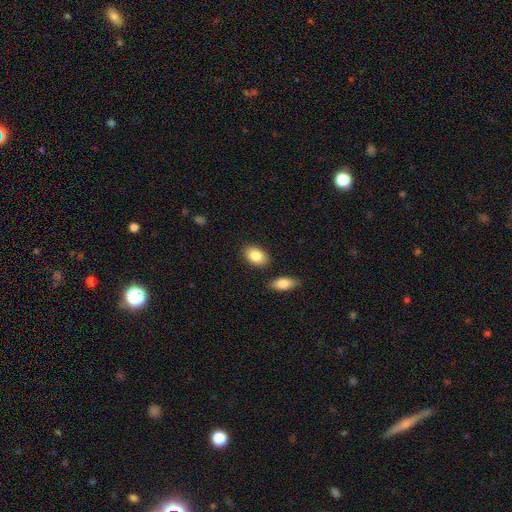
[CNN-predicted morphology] smooth 86%, featured or disk 8%, star or artifact 6%. Down the decision tree: how rounded — in between (87%); merging — none (83%).